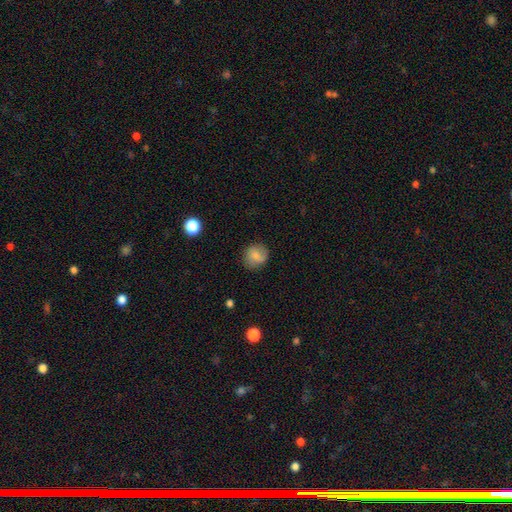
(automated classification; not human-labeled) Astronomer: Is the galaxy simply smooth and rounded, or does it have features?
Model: smooth — 75%.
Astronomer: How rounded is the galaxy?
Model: round — 82%.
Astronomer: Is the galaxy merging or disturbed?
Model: none — 81%.